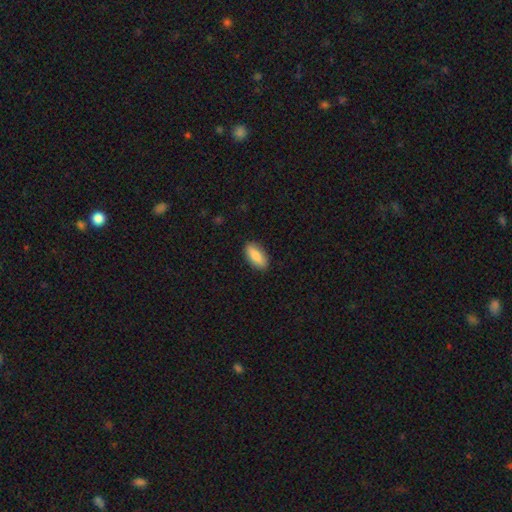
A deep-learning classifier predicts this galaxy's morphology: smooth 87%, featured or disk 7%, star or artifact 6%. Down the decision tree: how rounded — in between (86%); merging — none (87%).